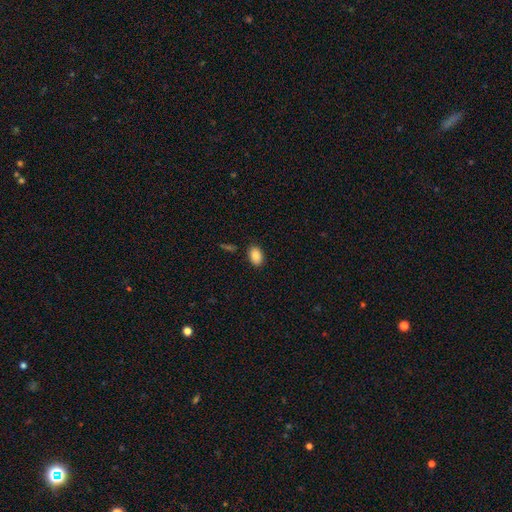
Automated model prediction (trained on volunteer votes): This appears to be a smooth galaxy with no disk features (86%) that is in between round and cigar-shaped (83%). Merging: none (86%).